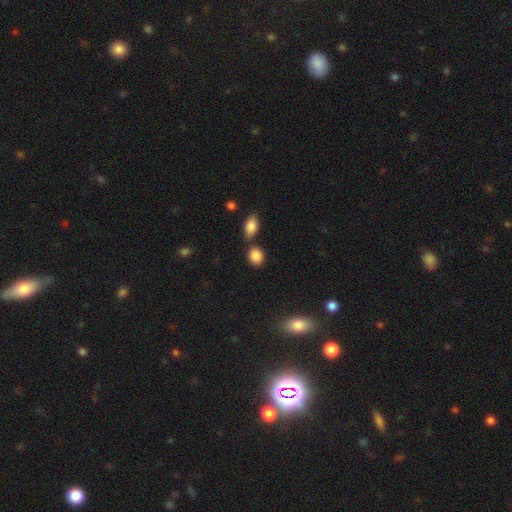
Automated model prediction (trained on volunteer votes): smooth-or-featured: smooth: 87% | star or artifact: 9% | featured or disk: 5%
  how-rounded: in between: 50% | round: 48% | cigar-shaped: 2%
  merging: none: 70% | merger: 14% | minor disturbance: 12% | major disturbance: 3%